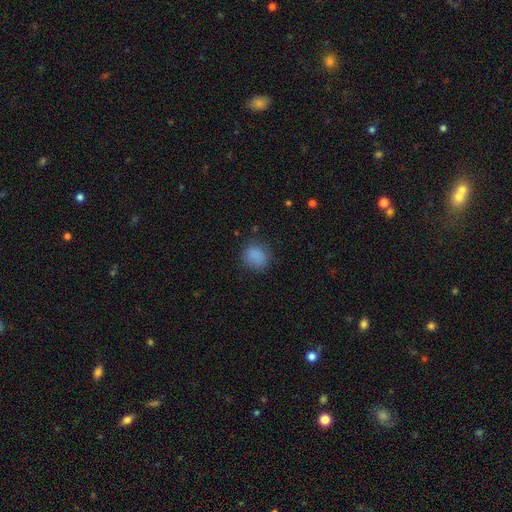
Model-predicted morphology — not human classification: smooth-or-featured: smooth: 86% | star or artifact: 11% | featured or disk: 4%
  how-rounded: round: 71% | in between: 28% | cigar-shaped: 1%
  merging: none: 83% | minor disturbance: 12% | major disturbance: 4% | merger: 1%